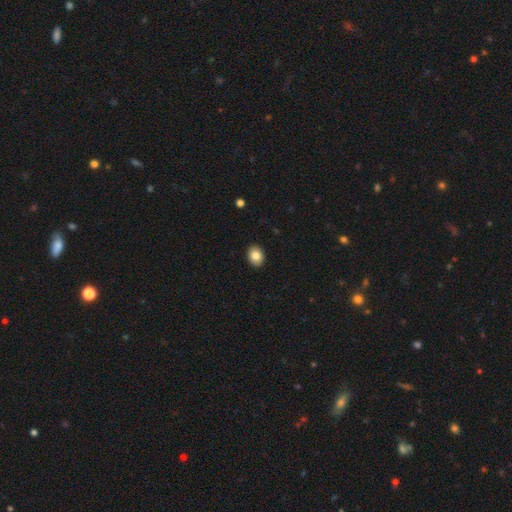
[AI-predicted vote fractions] Q: Smooth or featured?
A: smooth (85%); runner-up: star or artifact (8%)
Q: How rounded?
A: in between (67%); runner-up: round (32%)
Q: Merging?
A: none (91%); runner-up: minor disturbance (6%)